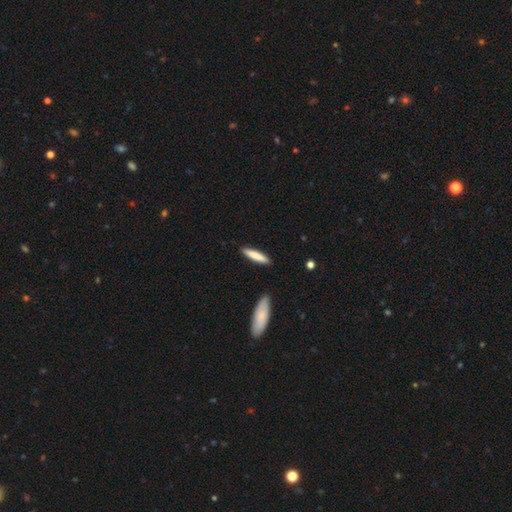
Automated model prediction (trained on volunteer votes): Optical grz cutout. It shows a smooth galaxy with no disk features (78%) that is cigar-shaped (84%). Merging: none (88%).